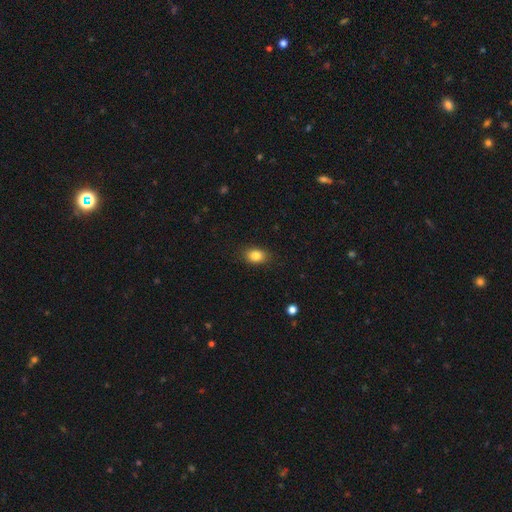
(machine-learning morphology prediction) Smooth or featured? smooth (84%)
How rounded? in between (75%)
Merging? none (87%)